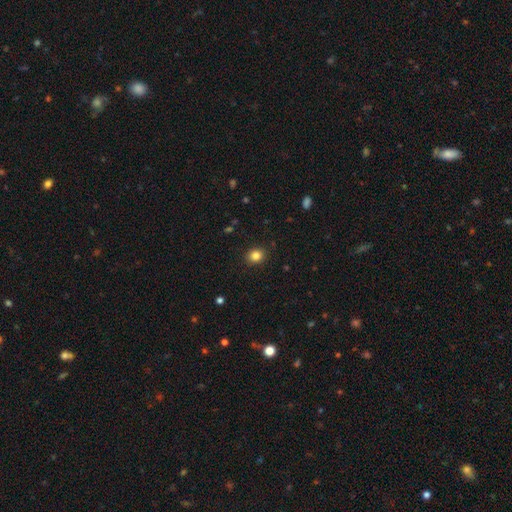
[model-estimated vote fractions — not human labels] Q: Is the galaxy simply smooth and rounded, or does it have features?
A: smooth — 84%.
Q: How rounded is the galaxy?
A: round — 72%.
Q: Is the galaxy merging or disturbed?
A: none — 90%.